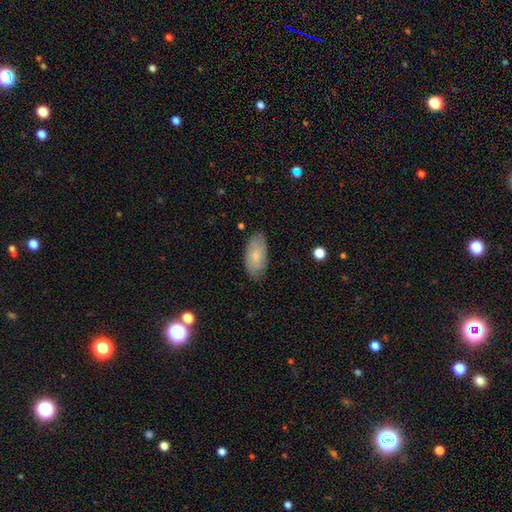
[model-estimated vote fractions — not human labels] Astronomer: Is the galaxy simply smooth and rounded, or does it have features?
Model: smooth — 78%.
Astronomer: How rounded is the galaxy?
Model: in between — 93%.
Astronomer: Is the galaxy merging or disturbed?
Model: none — 84%.